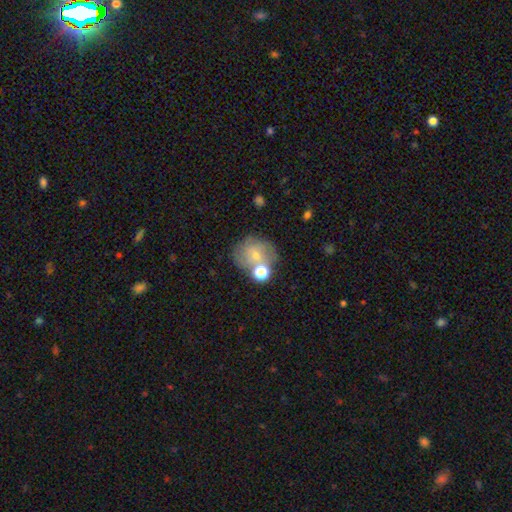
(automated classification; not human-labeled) The model was most divided on "merging": none: 55%, merger: 24%, minor disturbance: 15%, major disturbance: 6%. More confident: how rounded — round (76%); smooth or featured — smooth (59%).